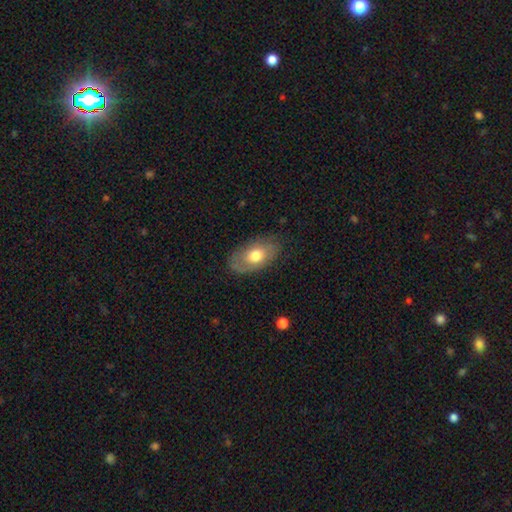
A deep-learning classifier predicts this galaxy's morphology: This appears to be a smooth galaxy with no disk features (65%) that is in between round and cigar-shaped (91%). Merging: none (76%).